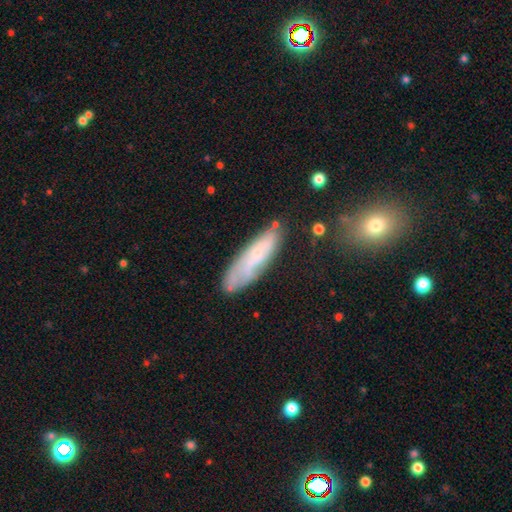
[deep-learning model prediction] This is possibly a smooth galaxy (51%). How rounded: likely cigar-shaped (62%). Merging: likely none (68%).